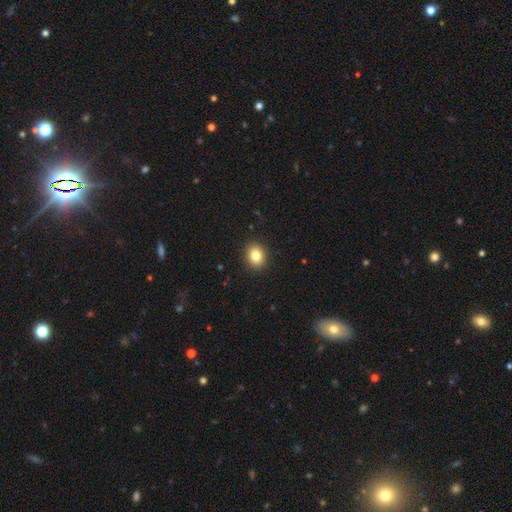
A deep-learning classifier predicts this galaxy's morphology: This appears to be a smooth galaxy with no disk features (82%) that is round (66%). Merging: none (92%).